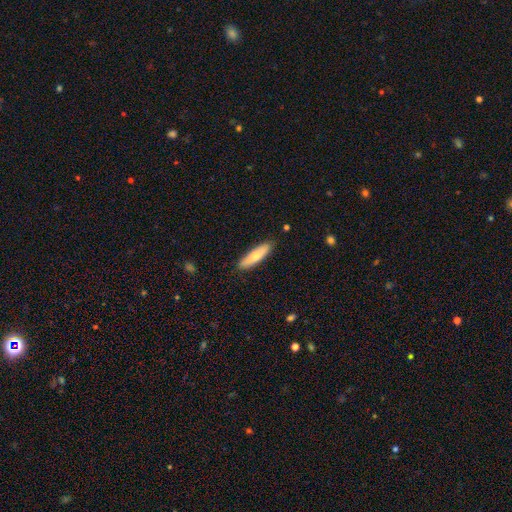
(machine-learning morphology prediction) This is likely a smooth galaxy (68%). How rounded: likely cigar-shaped (66%). Merging: clearly none (88%).